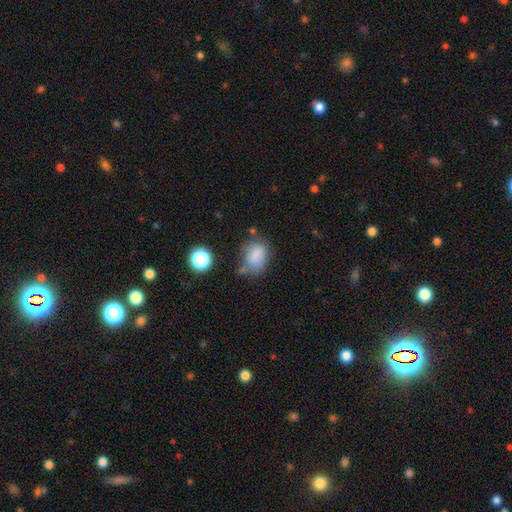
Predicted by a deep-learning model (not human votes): A smooth galaxy with no disk features (79%) that is in between round and cigar-shaped (63%). Merging: none (44%).